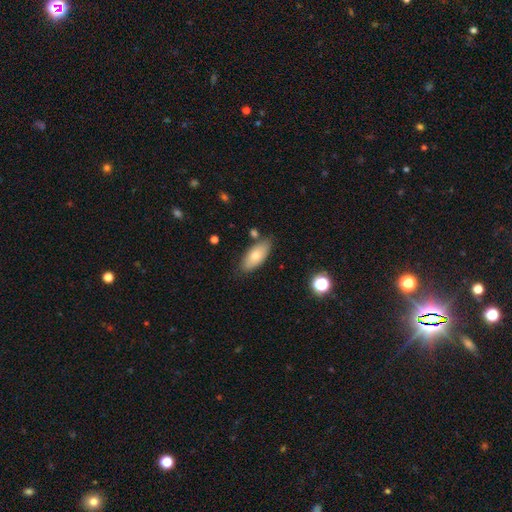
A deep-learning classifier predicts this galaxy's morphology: type=smooth (73%); roundness=in between (88%); merging=none (78%).